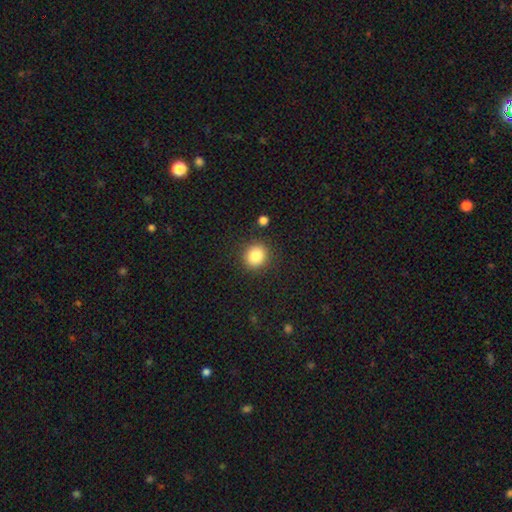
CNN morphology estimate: smooth-or-featured: smooth: 84% | star or artifact: 10% | featured or disk: 5%
  how-rounded: round: 82% | in between: 17% | cigar-shaped: 1%
  merging: none: 88% | minor disturbance: 8% | major disturbance: 3% | merger: 2%